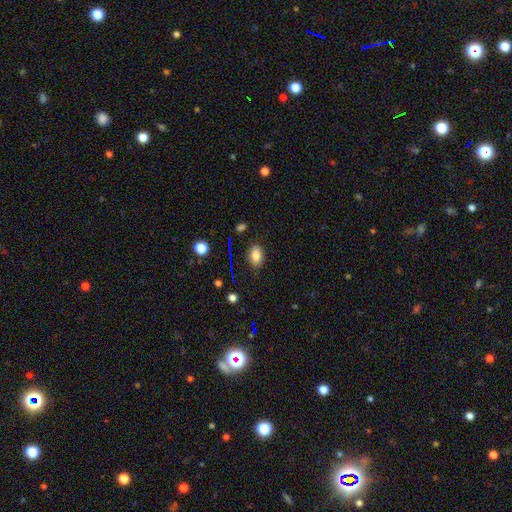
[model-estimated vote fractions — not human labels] Smooth or featured: smooth — 81% (star or artifact — 11%)
How rounded: in between — 84% (round — 14%)
Merging: none — 84% (minor disturbance — 12%)